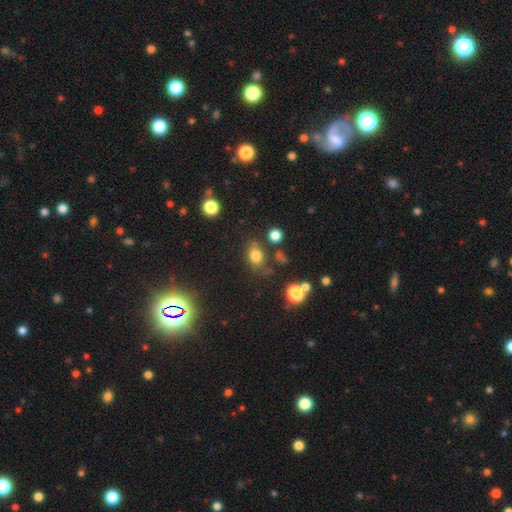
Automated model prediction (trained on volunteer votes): Overall: smooth (75%). How rounded: in between (60%; round 38%). Merging: none (68%).